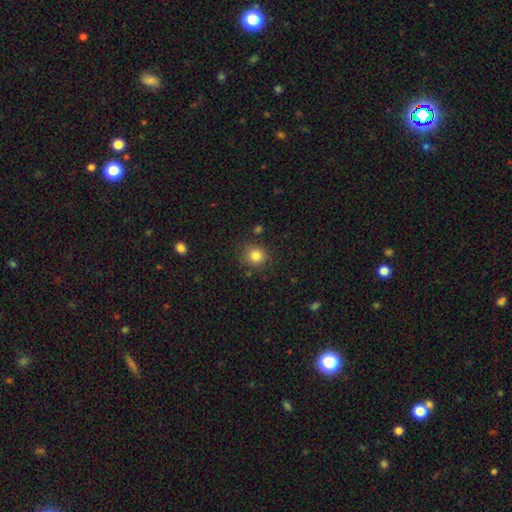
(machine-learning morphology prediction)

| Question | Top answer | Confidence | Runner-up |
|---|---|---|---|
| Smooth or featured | smooth | 83% | star or artifact (12%) |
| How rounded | round | 87% | in between (12%) |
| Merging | none | 83% | minor disturbance (11%) |